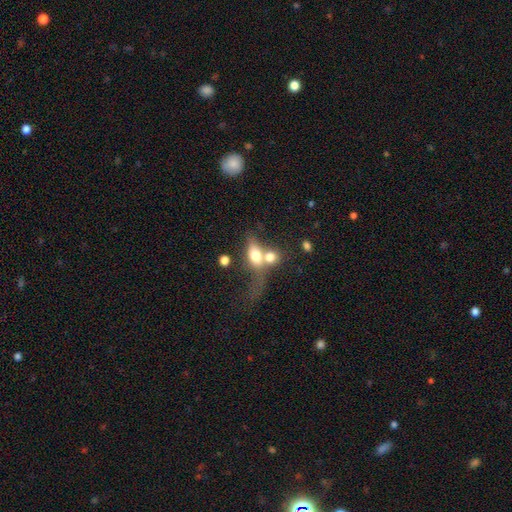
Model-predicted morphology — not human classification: smooth_or_featured: smooth (p=0.66) [alt: featured or disk p=0.25]
how_rounded: in between (p=0.68) [alt: round p=0.21]
merging: merger (p=0.64) [alt: none p=0.15]